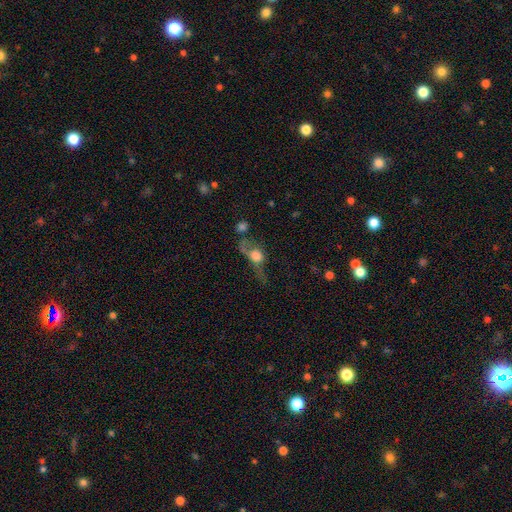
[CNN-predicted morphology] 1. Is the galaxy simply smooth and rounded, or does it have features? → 50% smooth, 37% featured or disk, 13% star or artifact.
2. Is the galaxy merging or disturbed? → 41% major disturbance, 26% none, 17% merger, 16% minor disturbance.